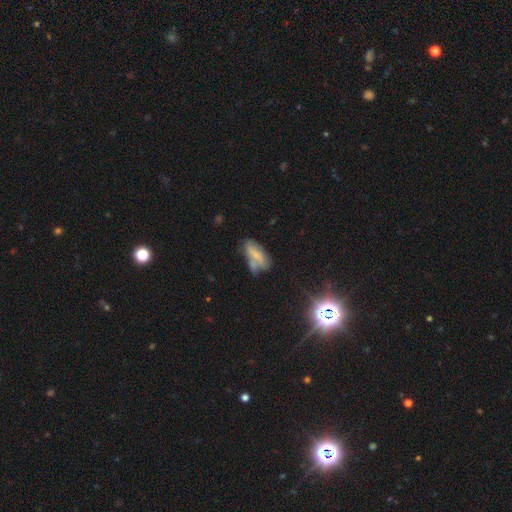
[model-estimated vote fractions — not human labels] Smooth or featured? Predicted: smooth (p=0.57). How rounded? Predicted: in between (p=0.81). Merging? Predicted: none (p=0.37).